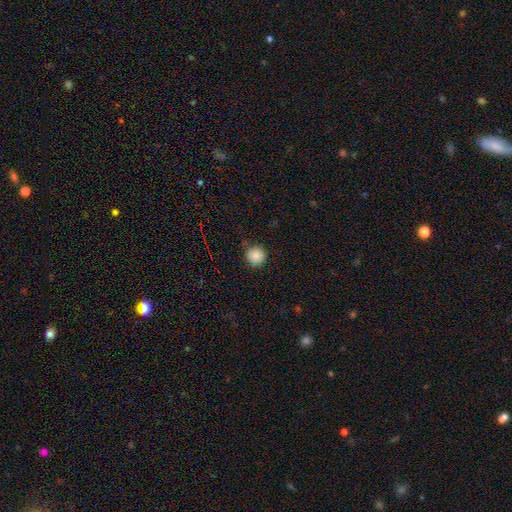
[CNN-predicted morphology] Smooth or featured? smooth (86%)
How rounded? round (95%)
Merging? none (84%)